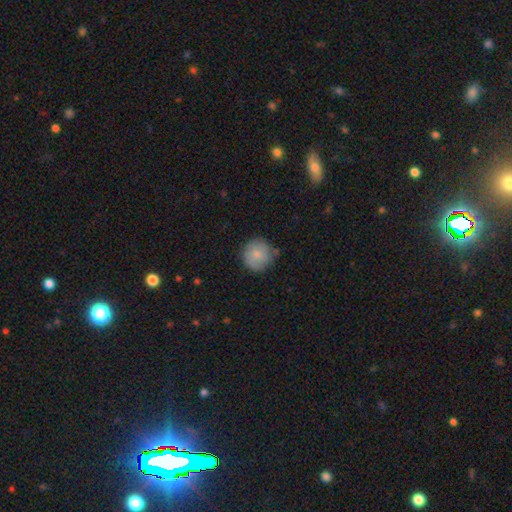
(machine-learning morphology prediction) The model was most divided on "merging": none: 80%, minor disturbance: 15%, major disturbance: 3%, merger: 3%. More confident: how rounded — round (95%); smooth or featured — smooth (80%).